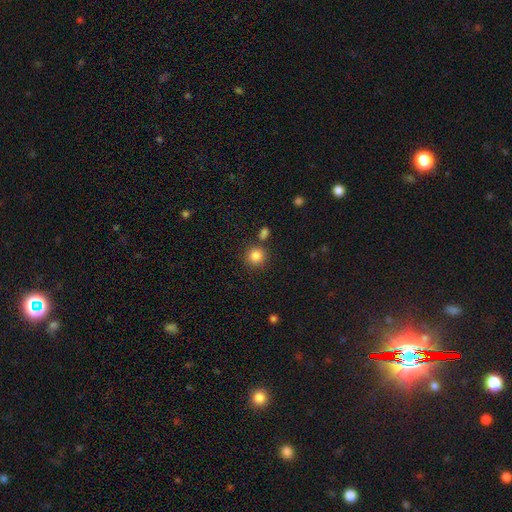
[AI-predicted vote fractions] Overall: smooth (85%). How rounded: round (92%). Merging: none (80%).